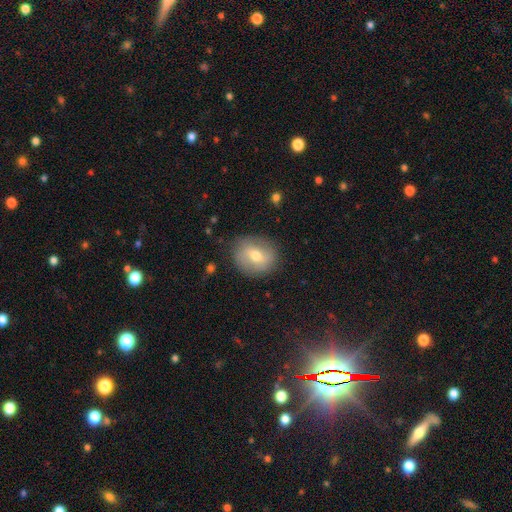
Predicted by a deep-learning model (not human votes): This appears to be a smooth galaxy with no disk features (55%) that is round (73%). Merging: none (83%).